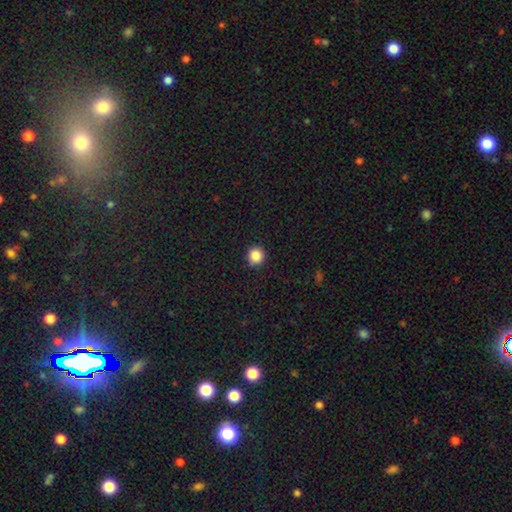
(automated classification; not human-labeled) Q: Smooth or featured?
A: smooth (86%); runner-up: star or artifact (10%)
Q: How rounded?
A: round (93%); runner-up: in between (6%)
Q: Merging?
A: none (90%); runner-up: minor disturbance (7%)